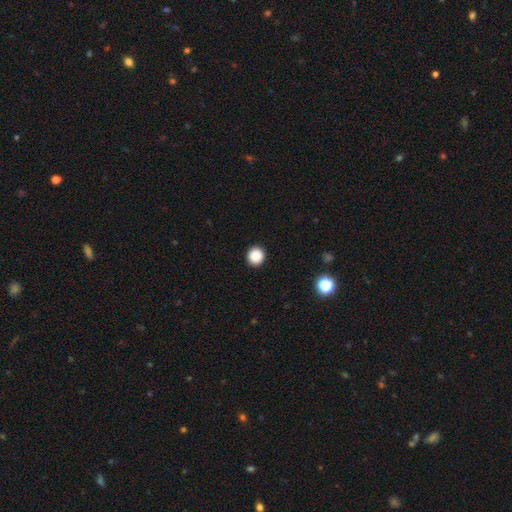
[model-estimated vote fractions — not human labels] Smooth or featured?
  - smooth: 88% *
  - star or artifact: 10%
  - featured or disk: 3%
How rounded?
  - round: 93% *
  - in between: 6%
  - cigar-shaped: 1%
Merging?
  - none: 93% *
  - minor disturbance: 5%
  - major disturbance: 2%
  - merger: 1%